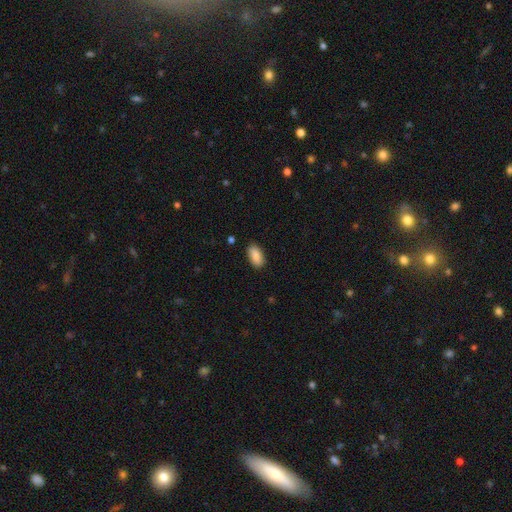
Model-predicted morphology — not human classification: Overall: smooth (88%). How rounded: in between (91%). Merging: none (86%).